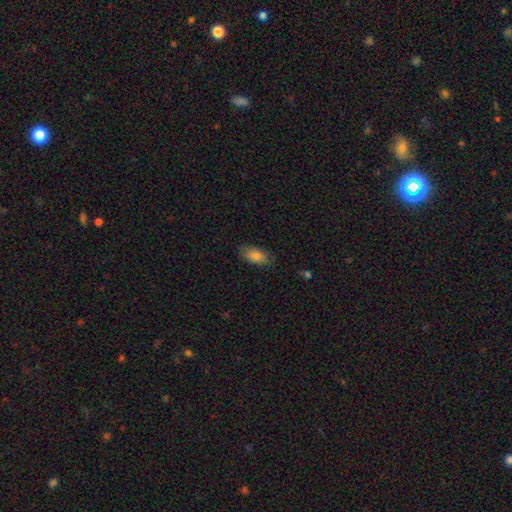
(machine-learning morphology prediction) smooth-or-featured: smooth: 82% | featured or disk: 10% | star or artifact: 8%
  how-rounded: in between: 90% | cigar-shaped: 6% | round: 4%
  merging: none: 79% | minor disturbance: 16% | major disturbance: 3% | merger: 1%